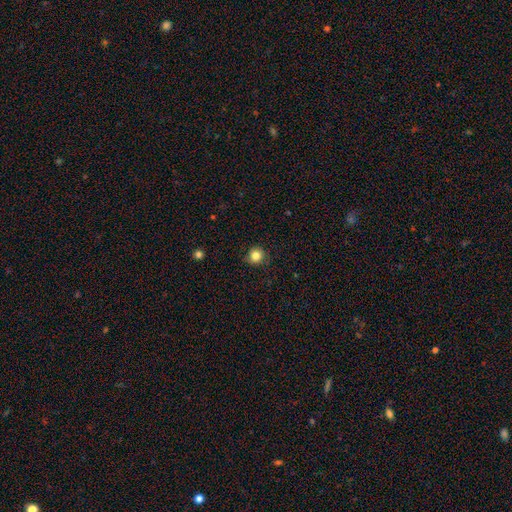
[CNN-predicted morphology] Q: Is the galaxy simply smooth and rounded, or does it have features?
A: smooth — 83%.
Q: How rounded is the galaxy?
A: round — 92%.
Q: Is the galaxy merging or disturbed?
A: none — 86%.